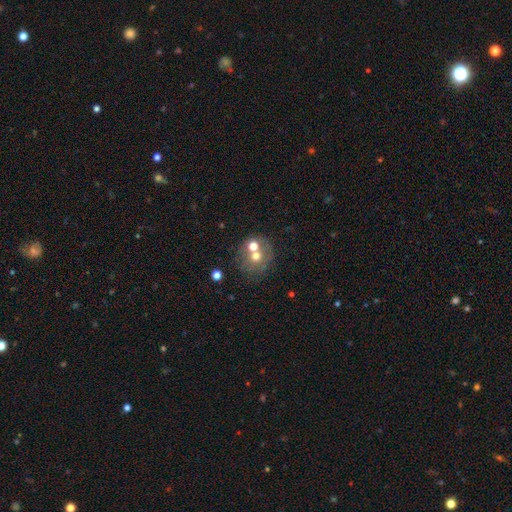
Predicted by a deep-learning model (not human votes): Smooth or featured?
  - smooth: 57% *
  - featured or disk: 30%
  - star or artifact: 14%
How rounded?
  - round: 81% *
  - in between: 18%
  - cigar-shaped: 1%
Merging?
  - none: 48% *
  - merger: 36%
  - minor disturbance: 10%
  - major disturbance: 6%